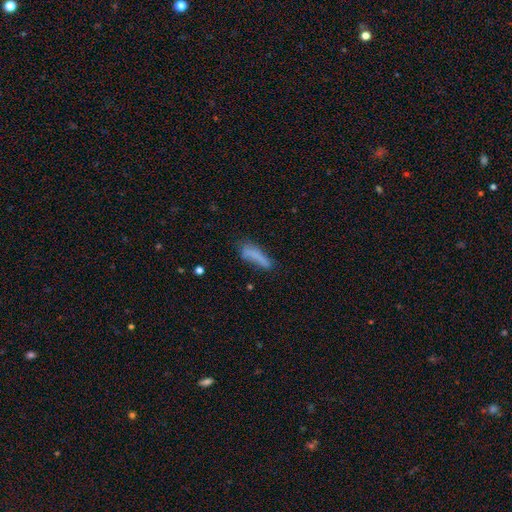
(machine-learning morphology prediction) A smooth galaxy with no disk features (70%) that is cigar-shaped (66%). Merging: none (47%).